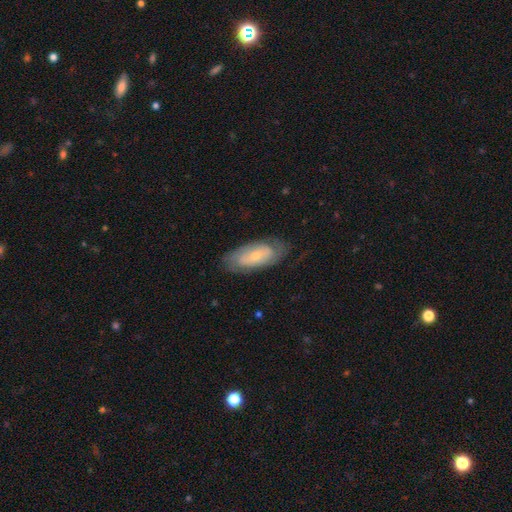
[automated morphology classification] Overall: featured or disk (56%; smooth 37%). Edge-on disk: no (87%). Merging: none (75%).